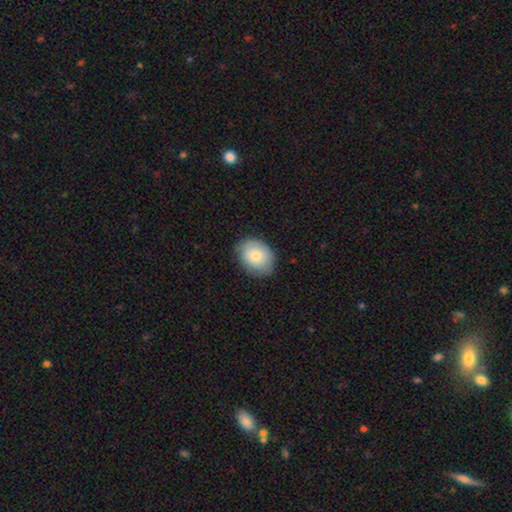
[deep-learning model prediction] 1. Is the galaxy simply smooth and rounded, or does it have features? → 78% smooth, 15% featured or disk, 7% star or artifact.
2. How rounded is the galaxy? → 55% in between, 44% round, 1% cigar-shaped.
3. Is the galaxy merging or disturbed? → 78% none, 17% minor disturbance, 4% major disturbance, 1% merger.